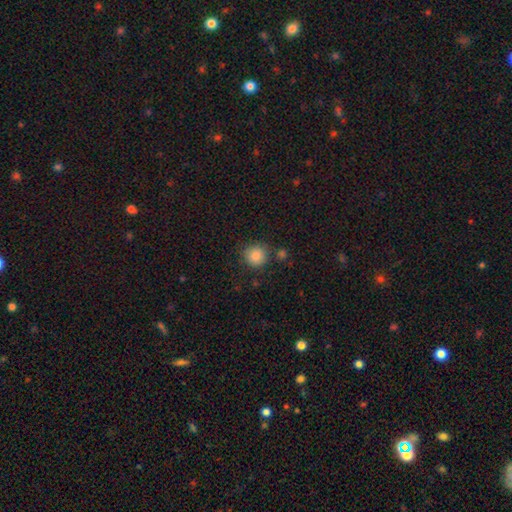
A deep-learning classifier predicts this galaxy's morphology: This is clearly a smooth galaxy (85%). How rounded: clearly round (91%). Merging: clearly none (81%).